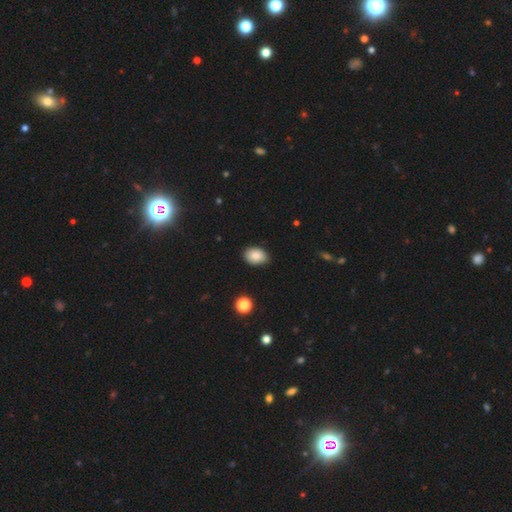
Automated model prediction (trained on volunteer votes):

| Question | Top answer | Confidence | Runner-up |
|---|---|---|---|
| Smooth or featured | smooth | 87% | star or artifact (8%) |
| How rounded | in between | 81% | round (18%) |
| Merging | none | 83% | minor disturbance (13%) |